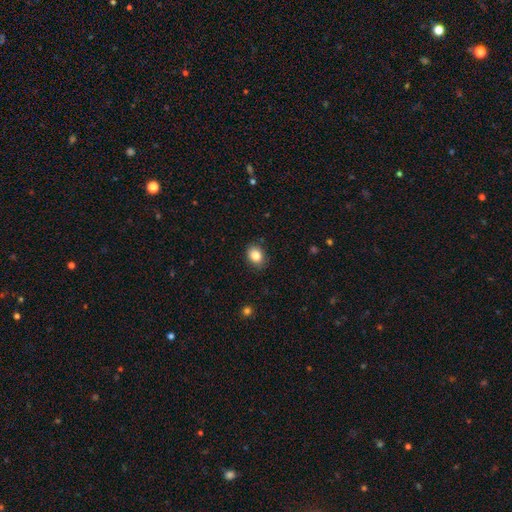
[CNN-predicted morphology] Q: Smooth or featured?
A: smooth (83%); runner-up: star or artifact (9%)
Q: How rounded?
A: in between (54%); runner-up: round (45%)
Q: Merging?
A: none (88%); runner-up: minor disturbance (9%)